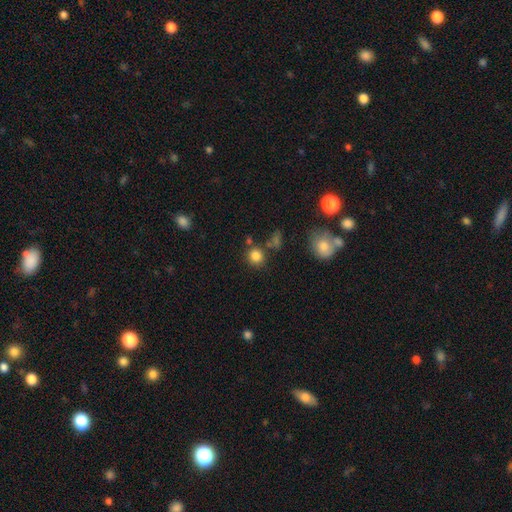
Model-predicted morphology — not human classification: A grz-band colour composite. It shows a smooth galaxy with no disk features (82%) that is round (88%). Merging: none (75%).